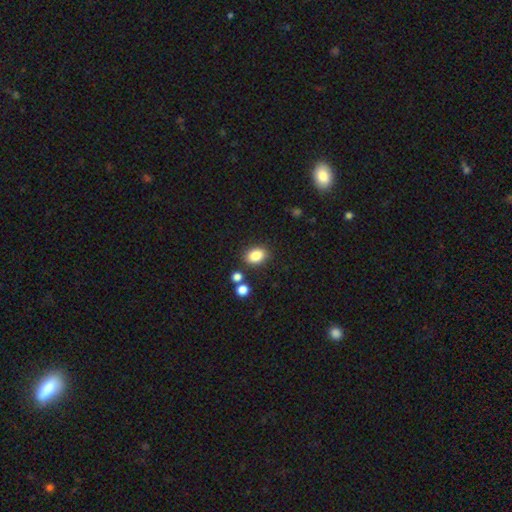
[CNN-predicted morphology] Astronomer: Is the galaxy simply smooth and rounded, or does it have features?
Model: smooth — 85%.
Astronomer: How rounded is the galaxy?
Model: in between — 75%.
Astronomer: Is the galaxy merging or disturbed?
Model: none — 81%.